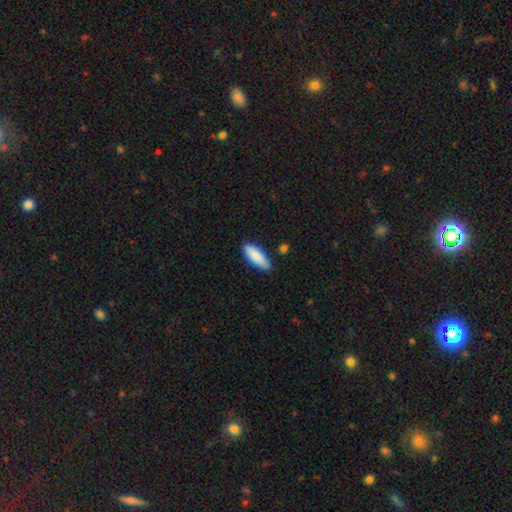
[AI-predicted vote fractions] Morphology: type=smooth (87%); roundness=in between (63%); merging=none (83%).